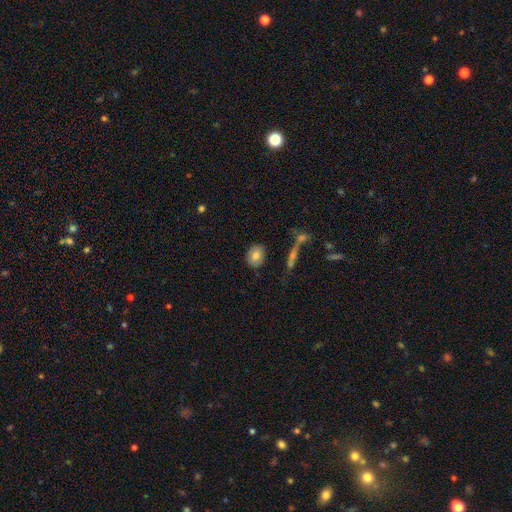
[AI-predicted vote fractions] This is likely a smooth galaxy (79%). How rounded: possibly in between (54%). Merging: clearly none (85%).